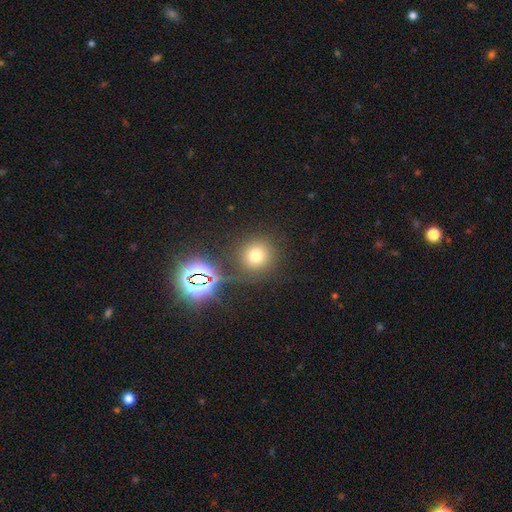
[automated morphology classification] Smooth or featured?
  - smooth: 68% *
  - star or artifact: 23%
  - featured or disk: 9%
How rounded?
  - round: 90% *
  - in between: 9%
  - cigar-shaped: 1%
Merging?
  - none: 82% *
  - minor disturbance: 9%
  - merger: 5%
  - major disturbance: 4%